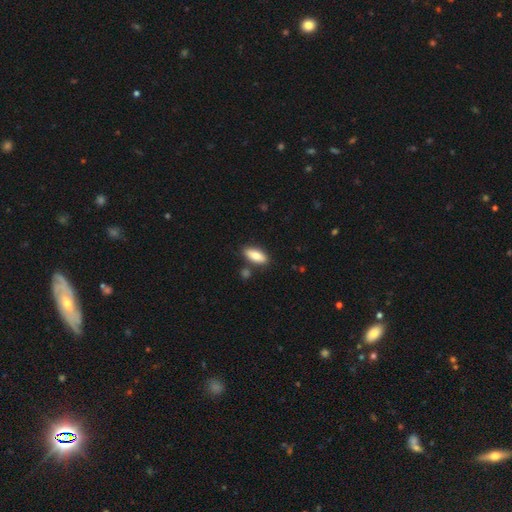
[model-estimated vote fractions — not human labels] Smooth or featured? Predicted: smooth (p=0.82). How rounded? Predicted: in between (p=0.81). Merging? Predicted: none (p=0.81).